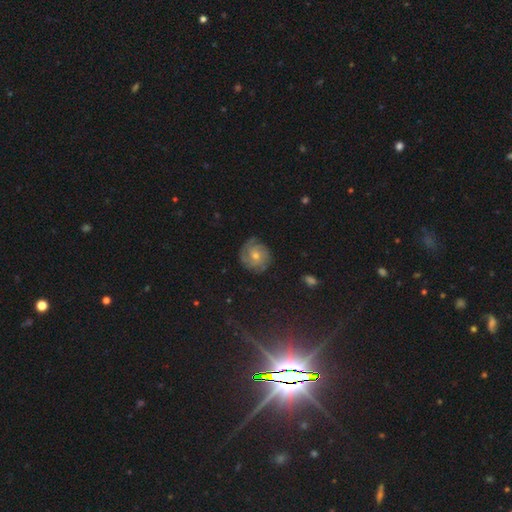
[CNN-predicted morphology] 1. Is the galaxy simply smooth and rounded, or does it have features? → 64% featured or disk, 27% smooth, 9% star or artifact.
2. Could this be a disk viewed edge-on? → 97% no, 3% yes.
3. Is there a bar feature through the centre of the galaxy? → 74% no, 23% weak, 3% strong.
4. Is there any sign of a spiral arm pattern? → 90% yes, 10% no.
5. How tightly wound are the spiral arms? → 64% tight, 28% medium, 8% loose.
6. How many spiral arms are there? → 35% can't tell, 24% 3, 22% 2, 8% 4, 6% 1, 5% more than 4.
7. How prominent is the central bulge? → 56% moderate, 39% small, 3% large, 2% none, 1% dominant.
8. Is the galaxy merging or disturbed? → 76% none, 17% minor disturbance, 5% major disturbance, 1% merger.